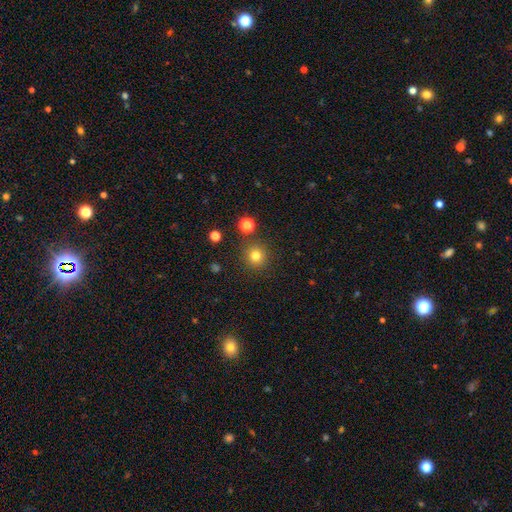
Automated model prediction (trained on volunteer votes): A smooth galaxy with no disk features (80%) that is round (94%). Merging: none (88%).